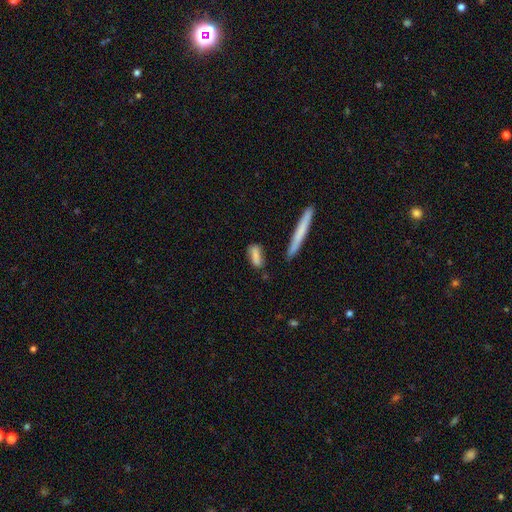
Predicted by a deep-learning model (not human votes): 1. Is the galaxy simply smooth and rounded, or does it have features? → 75% smooth, 18% featured or disk, 8% star or artifact.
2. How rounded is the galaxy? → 50% in between, 47% cigar-shaped, 4% round.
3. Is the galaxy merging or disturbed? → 70% none, 18% minor disturbance, 7% merger, 5% major disturbance.